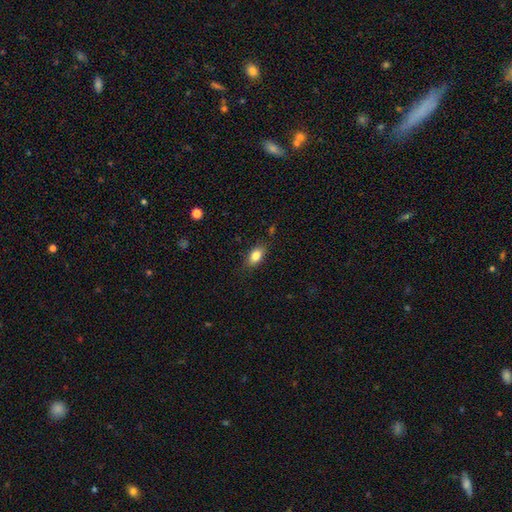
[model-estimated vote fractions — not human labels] This is clearly a smooth galaxy (82%). How rounded: clearly in between (86%). Merging: clearly none (83%).